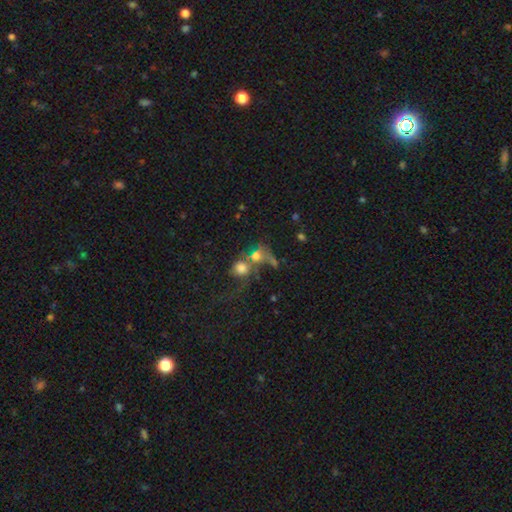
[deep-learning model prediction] This appears to be a smooth galaxy with no disk features (58%) that is round (66%). Merging: merger (56%).